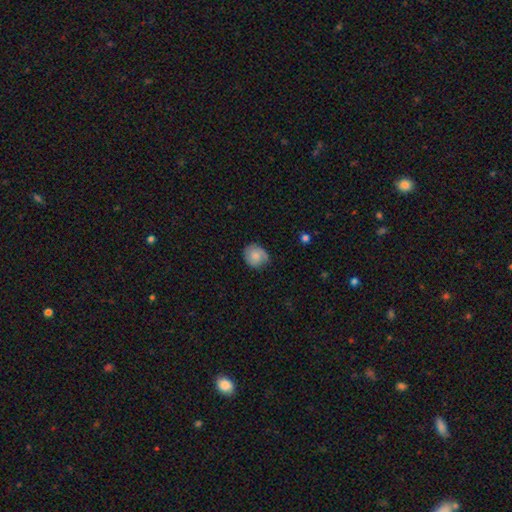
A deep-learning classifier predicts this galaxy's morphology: smooth-or-featured: smooth: 62% | featured or disk: 31% | star or artifact: 8%
  how-rounded: round: 74% | in between: 25% | cigar-shaped: 1%
  merging: none: 68% | minor disturbance: 25% | major disturbance: 6% | merger: 1%